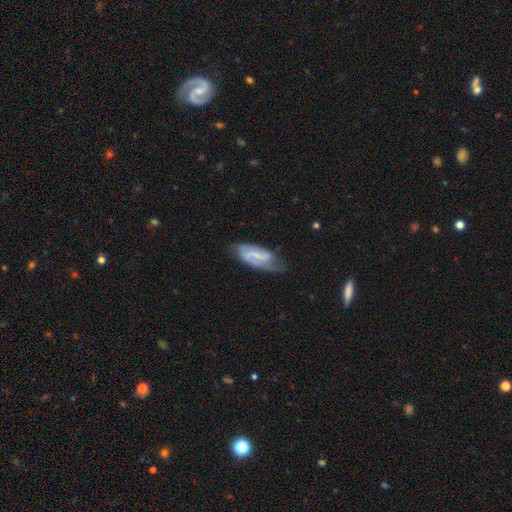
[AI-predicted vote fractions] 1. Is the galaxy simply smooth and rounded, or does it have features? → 76% featured or disk, 18% smooth, 6% star or artifact.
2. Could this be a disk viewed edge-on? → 94% no, 6% yes.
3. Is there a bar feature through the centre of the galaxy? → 43% weak, 38% strong, 19% no.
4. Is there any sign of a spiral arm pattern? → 92% yes, 8% no.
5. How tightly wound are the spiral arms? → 46% medium, 28% tight, 26% loose.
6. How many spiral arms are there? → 80% 2, 8% 1, 8% can't tell, 2% 3, 1% 4, 1% more than 4.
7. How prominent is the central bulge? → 51% small, 28% none, 18% moderate, 2% large, 1% dominant.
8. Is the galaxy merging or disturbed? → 65% none, 24% minor disturbance, 10% major disturbance, 2% merger.